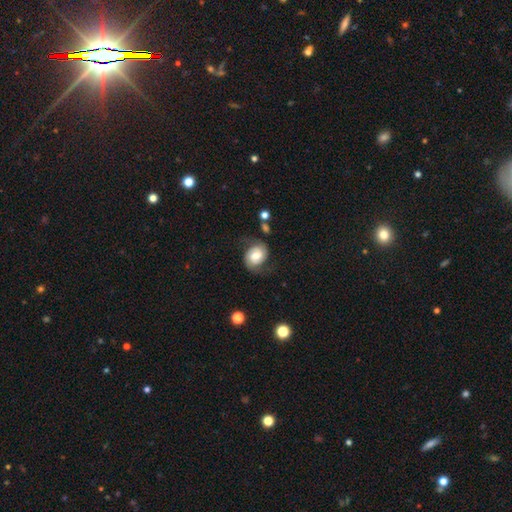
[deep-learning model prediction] Smooth or featured? featured or disk (63%)
Edge-on disk? no (98%)
Bar? no (55%)
Spiral arms? yes (90%)
Spiral winding? medium (43%)
Spiral arm count? 2 (89%)
Bulge size? moderate (64%)
Merging? none (65%)